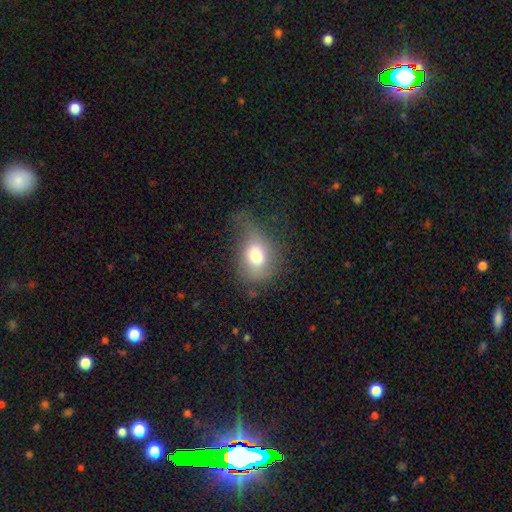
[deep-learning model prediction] This is likely a smooth galaxy (72%). How rounded: possibly in between (59%). Merging: marginally none (34%, tied with minor disturbance).